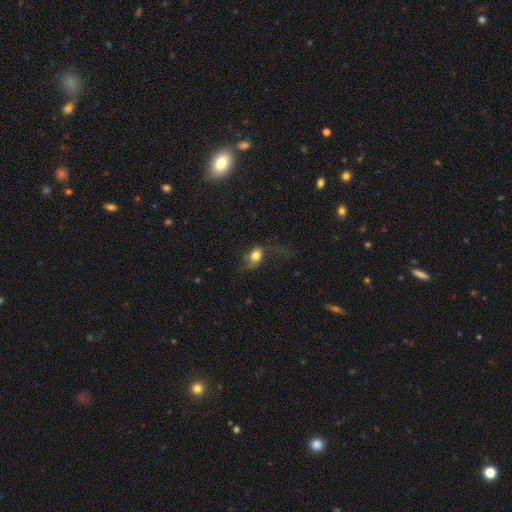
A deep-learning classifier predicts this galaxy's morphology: smooth 76%, featured or disk 14%, star or artifact 10%. Down the decision tree: how rounded — in between (61%); merging — major disturbance (38%).